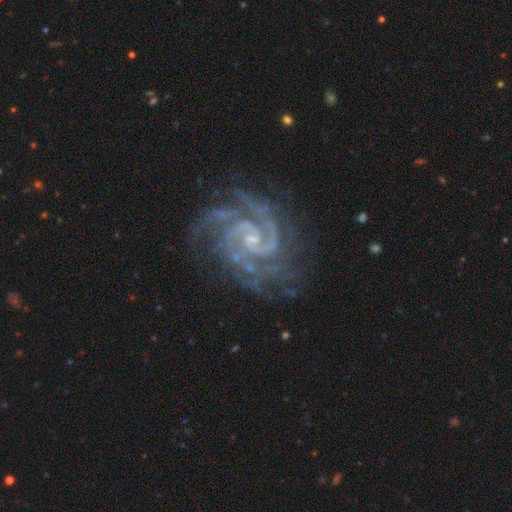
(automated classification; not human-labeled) This is clearly a featured or disk galaxy (93%). It is clearly not viewed edge-on (98%). Bar: possibly no (52%). Spiral arm pattern: clearly yes (99%). Spiral arm count: possibly 2 (55%). Spiral winding: likely tight (63%). Central bulge: likely small (75%). Merging: likely none (74%).